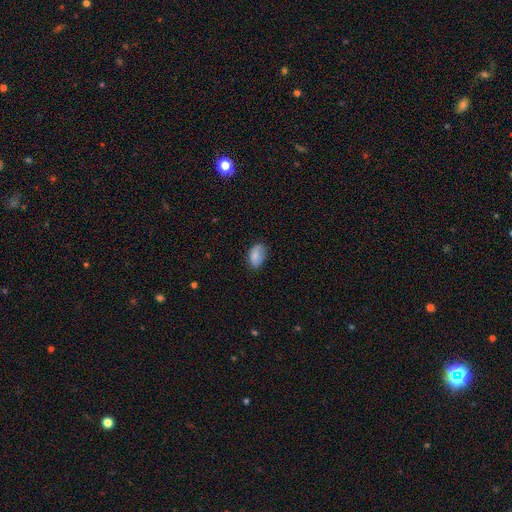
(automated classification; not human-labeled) Overall: smooth (81%). How rounded: in between (89%). Merging: none (66%; minor disturbance 26%).